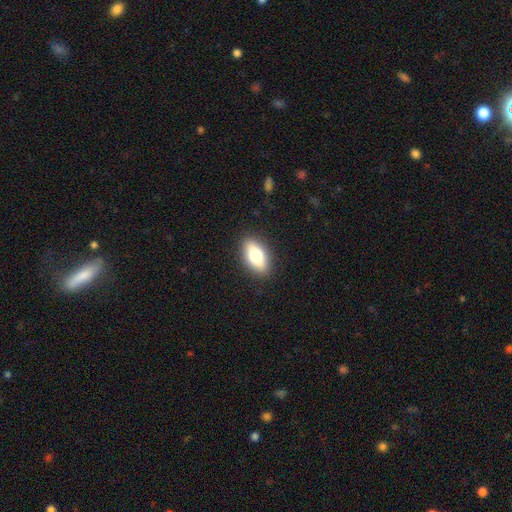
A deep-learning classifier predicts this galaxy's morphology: smooth_or_featured: smooth (p=0.72) [alt: featured or disk p=0.20]
how_rounded: in between (p=0.86) [alt: cigar-shaped p=0.09]
merging: none (p=0.88) [alt: minor disturbance p=0.08]